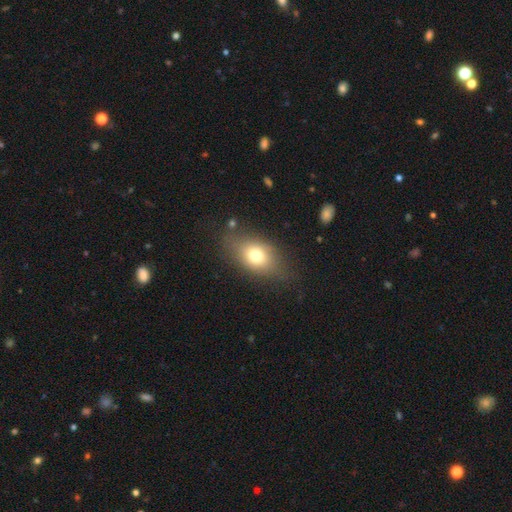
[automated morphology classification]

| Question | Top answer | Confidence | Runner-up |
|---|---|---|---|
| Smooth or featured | smooth | 73% | featured or disk (16%) |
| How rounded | in between | 76% | round (21%) |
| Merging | none | 72% | minor disturbance (18%) |